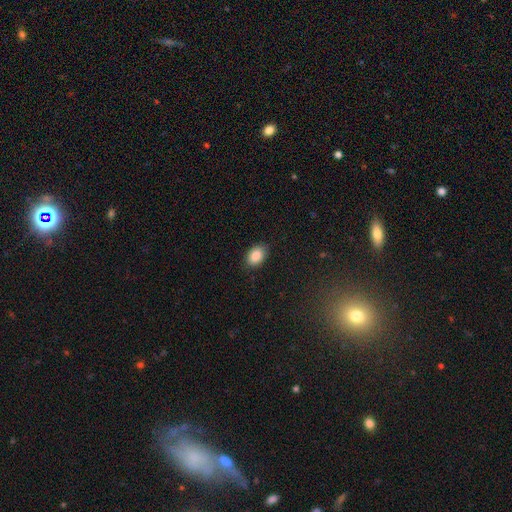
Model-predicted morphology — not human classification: Smooth or featured?
  - smooth: 87% *
  - star or artifact: 8%
  - featured or disk: 5%
How rounded?
  - in between: 83% *
  - round: 16%
  - cigar-shaped: 1%
Merging?
  - none: 87% *
  - minor disturbance: 10%
  - major disturbance: 2%
  - merger: 1%